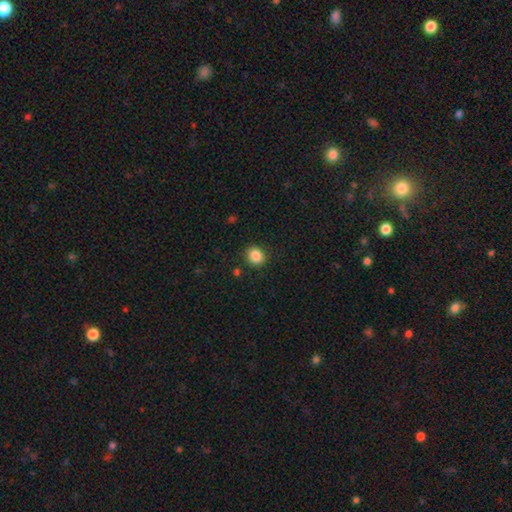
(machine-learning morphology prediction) This appears to be a smooth galaxy with no disk features (86%) that is round (75%). Merging: none (86%).